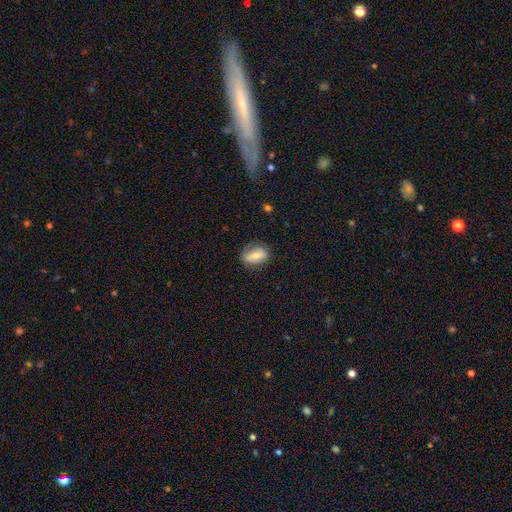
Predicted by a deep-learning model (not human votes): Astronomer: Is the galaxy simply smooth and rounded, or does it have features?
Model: smooth — 68%.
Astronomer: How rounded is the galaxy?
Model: in between — 81%.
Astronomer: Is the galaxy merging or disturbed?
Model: none — 78%.